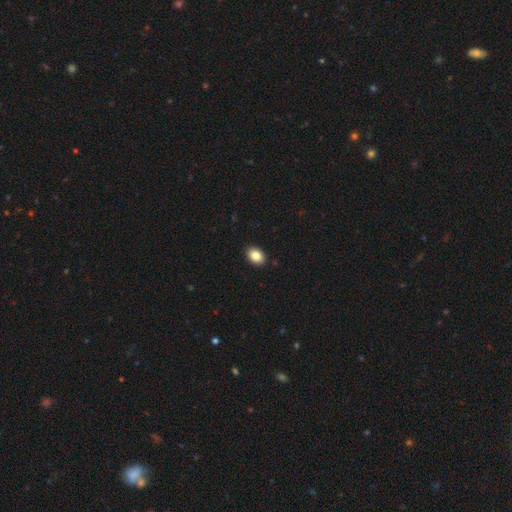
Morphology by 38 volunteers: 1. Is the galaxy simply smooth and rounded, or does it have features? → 92% smooth, 8% star or artifact, 0% featured or disk.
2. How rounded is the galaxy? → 63% in between, 34% round, 3% cigar-shaped.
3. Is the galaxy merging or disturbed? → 97% none, 3% minor disturbance, 0% major disturbance, 0% merger.